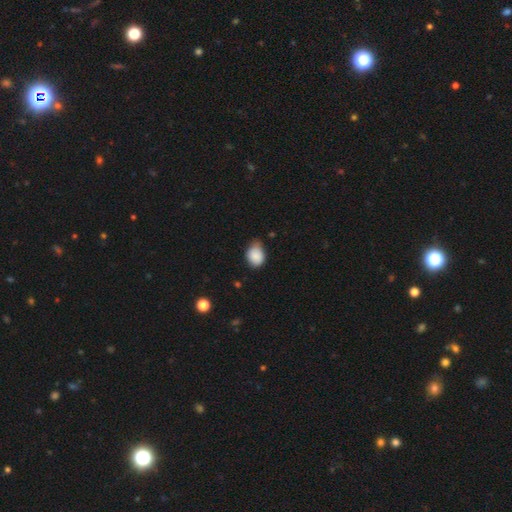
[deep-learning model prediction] Overall: smooth (87%). How rounded: in between (63%; round 36%). Merging: none (47%; minor disturbance 44%).